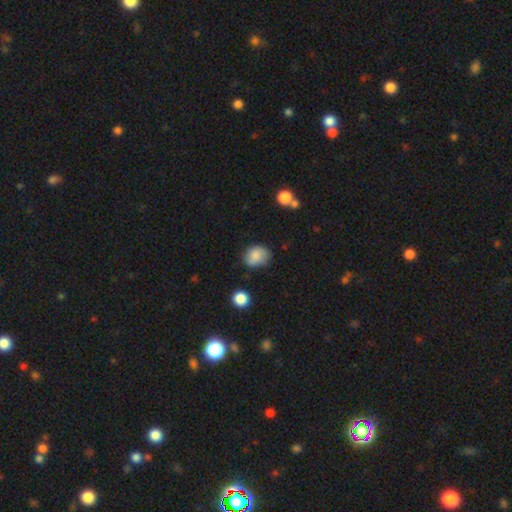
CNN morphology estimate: Q: Smooth or featured?
A: smooth (83%); runner-up: star or artifact (9%)
Q: How rounded?
A: round (50%); runner-up: in between (49%)
Q: Merging?
A: none (66%); runner-up: minor disturbance (26%)